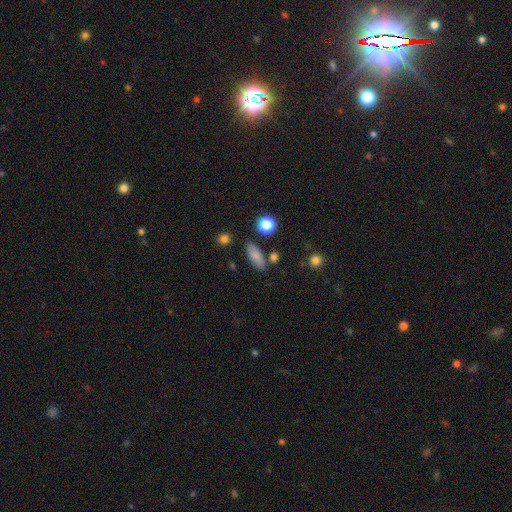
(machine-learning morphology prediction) Smooth or featured?
  - smooth: 79% *
  - featured or disk: 12%
  - star or artifact: 9%
How rounded?
  - in between: 75% *
  - cigar-shaped: 19%
  - round: 6%
Merging?
  - none: 79% *
  - minor disturbance: 12%
  - merger: 5%
  - major disturbance: 3%